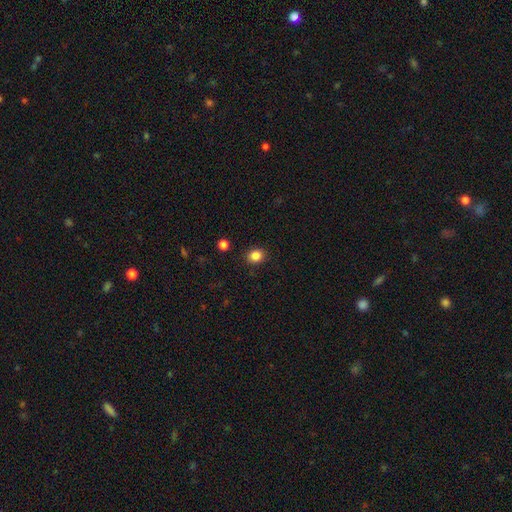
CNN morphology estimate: A smooth galaxy with no disk features (85%) that is round (65%). Merging: none (89%).